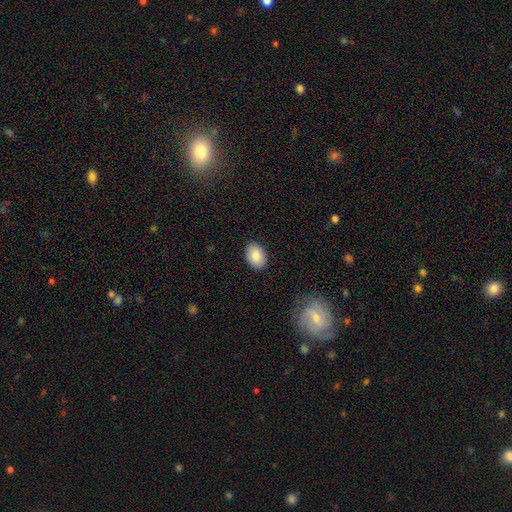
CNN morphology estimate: Smooth or featured? Predicted: smooth (p=0.86). How rounded? Predicted: in between (p=0.83). Merging? Predicted: none (p=0.88).